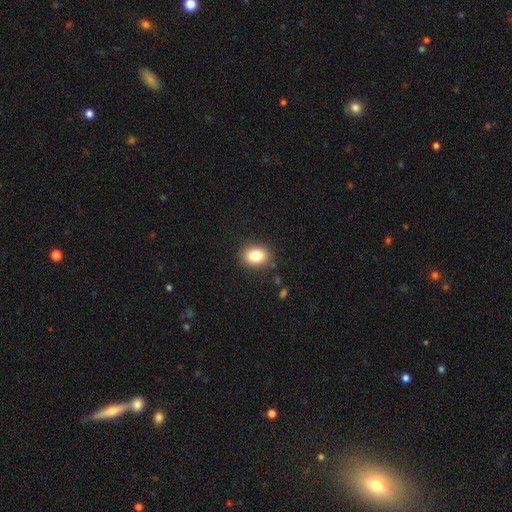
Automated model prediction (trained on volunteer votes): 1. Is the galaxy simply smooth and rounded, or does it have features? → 84% smooth, 9% star or artifact, 7% featured or disk.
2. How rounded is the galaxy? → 58% in between, 41% round, 1% cigar-shaped.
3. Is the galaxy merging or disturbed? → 87% none, 9% minor disturbance, 3% major disturbance, 1% merger.